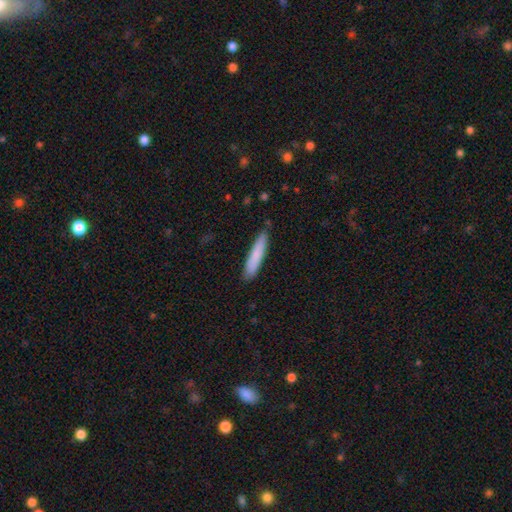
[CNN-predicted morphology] Smooth or featured? smooth (82%)
How rounded? cigar-shaped (90%)
Merging? none (86%)